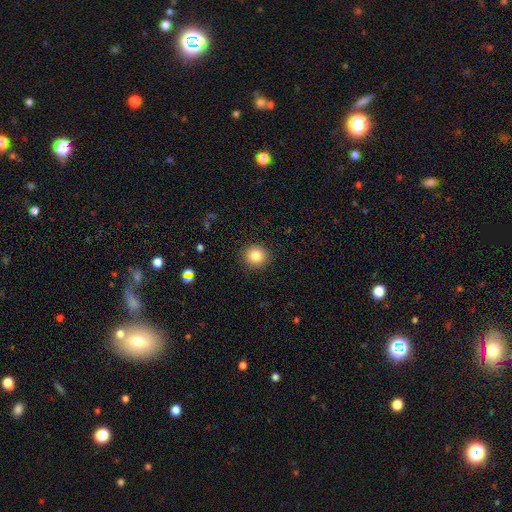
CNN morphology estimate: smooth 83%, star or artifact 11%, featured or disk 6%. Down the decision tree: how rounded — round (90%); merging — none (91%).